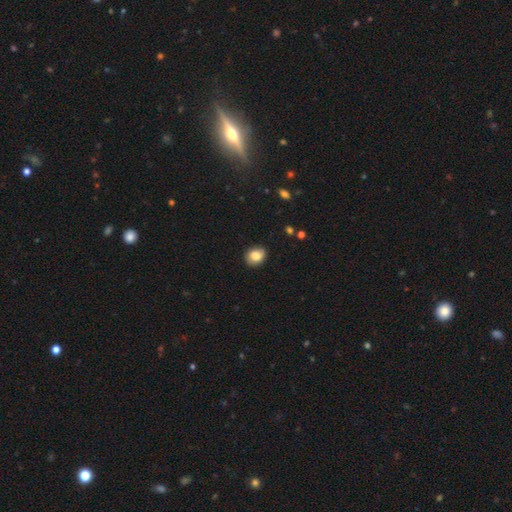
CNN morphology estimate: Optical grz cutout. It shows a smooth galaxy with no disk features (81%) that is round (58%). Merging: none (85%).